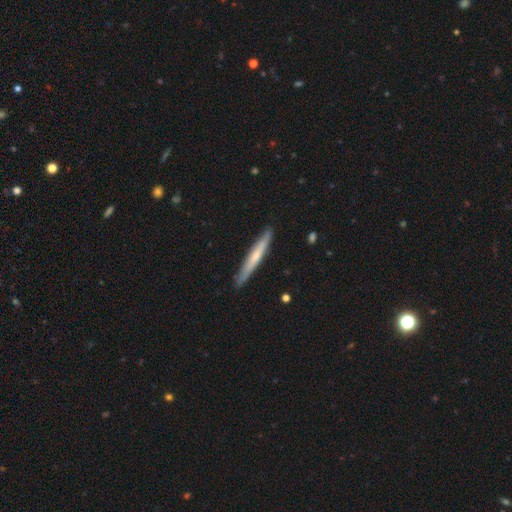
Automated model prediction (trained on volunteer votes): A smooth galaxy with no disk features (50%) that is cigar-shaped (96%). Merging: none (89%).